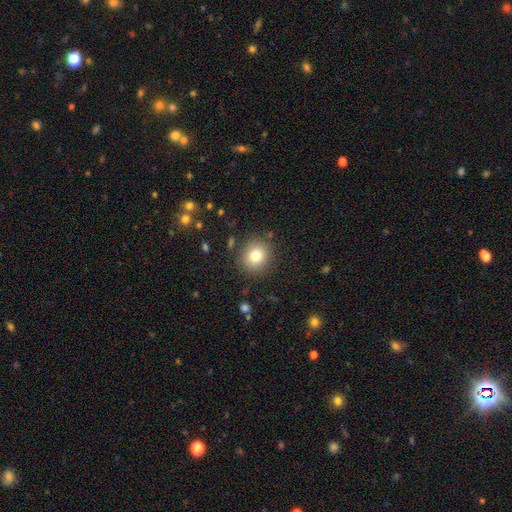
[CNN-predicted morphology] Smooth or featured? Predicted: smooth (p=0.80). How rounded? Predicted: round (p=0.82). Merging? Predicted: none (p=0.86).